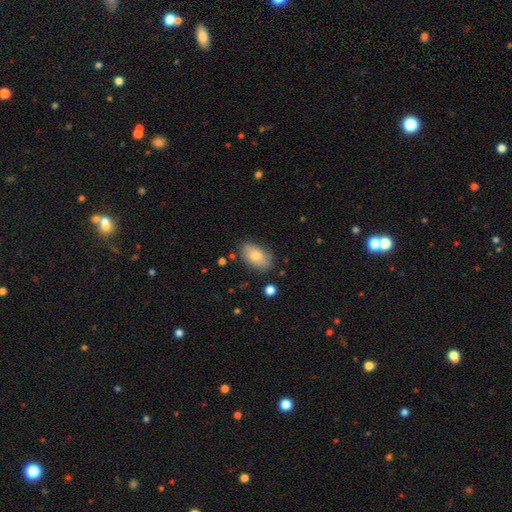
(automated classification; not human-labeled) smooth_or_featured: smooth (p=0.74) [alt: featured or disk p=0.19]
how_rounded: in between (p=0.92) [alt: round p=0.07]
merging: none (p=0.76) [alt: minor disturbance p=0.18]